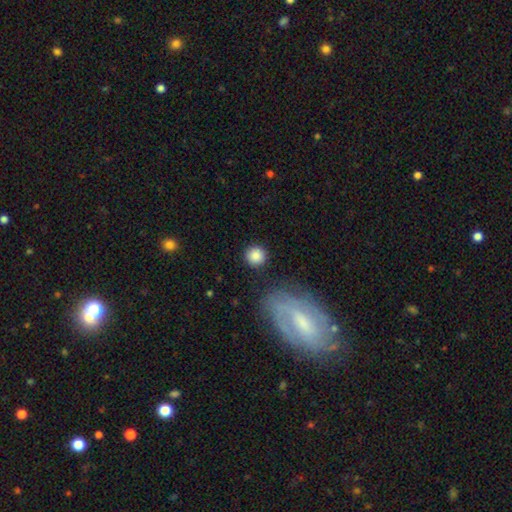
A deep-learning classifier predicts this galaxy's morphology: A smooth galaxy with no disk features (85%) that is round (94%). Merging: none (87%).